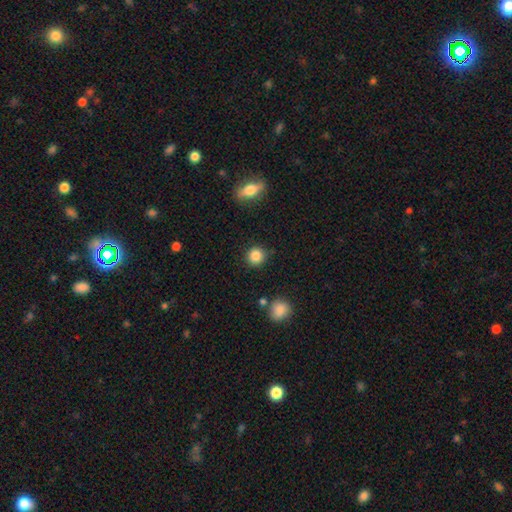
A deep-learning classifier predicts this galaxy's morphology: This is clearly a smooth galaxy (86%). How rounded: clearly round (91%). Merging: clearly none (87%).